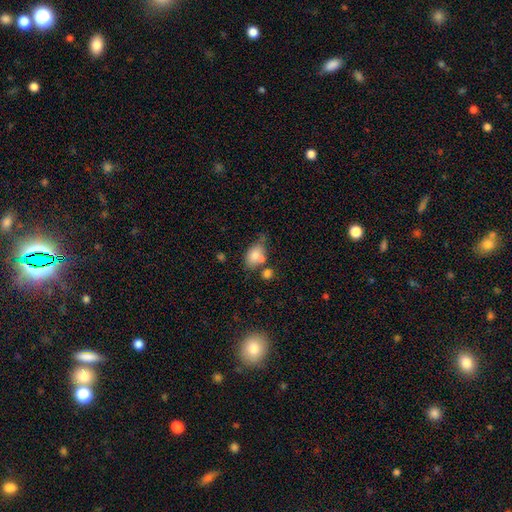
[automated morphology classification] Smooth or featured: smooth — 77% (featured or disk — 14%)
How rounded: in between — 80% (round — 18%)
Merging: none — 41% (merger — 28%)